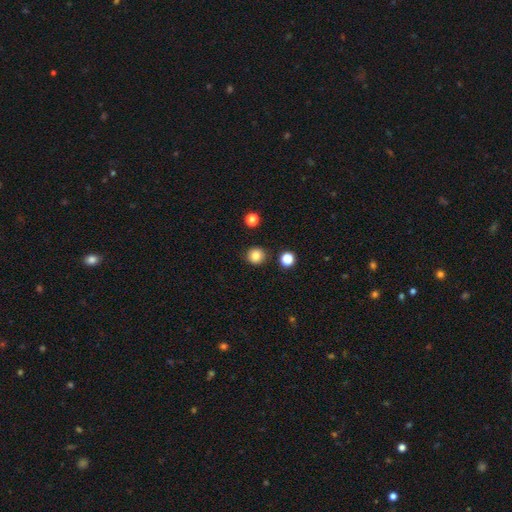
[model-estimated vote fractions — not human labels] Smooth or featured: smooth — 83% (star or artifact — 11%)
How rounded: round — 92% (in between — 7%)
Merging: none — 89% (minor disturbance — 7%)